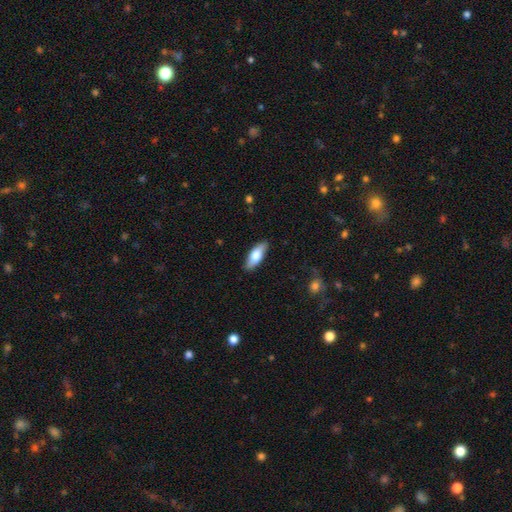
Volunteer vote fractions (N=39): Smooth or featured? smooth (56%)
How rounded? in between (50%, tied with cigar-shaped)
Merging? none (86%)